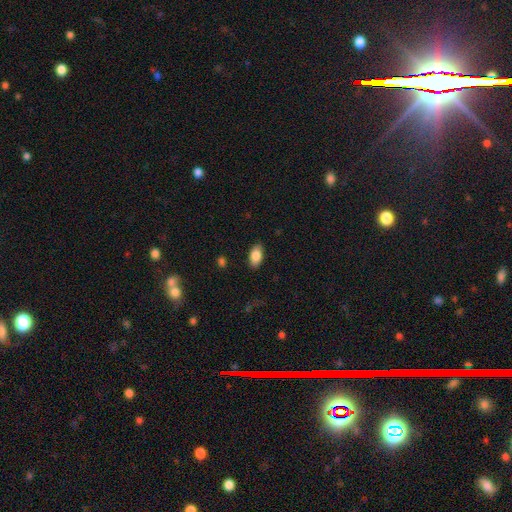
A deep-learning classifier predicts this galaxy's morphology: Smooth or featured? smooth (84%)
How rounded? in between (93%)
Merging? none (87%)